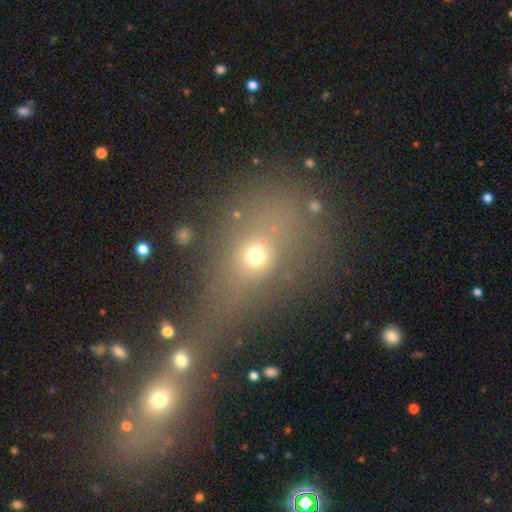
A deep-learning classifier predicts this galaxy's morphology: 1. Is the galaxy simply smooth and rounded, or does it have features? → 58% smooth, 24% star or artifact, 18% featured or disk.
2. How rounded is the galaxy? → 51% in between, 41% round, 8% cigar-shaped.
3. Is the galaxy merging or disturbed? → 44% none, 30% merger, 13% minor disturbance, 12% major disturbance.